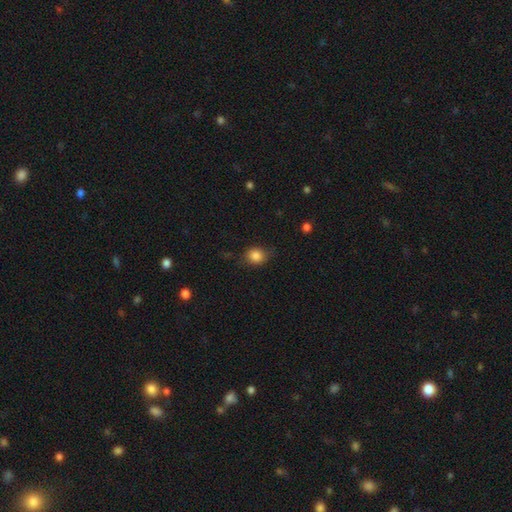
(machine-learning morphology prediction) Smooth or featured? Predicted: smooth (p=0.84). How rounded? Predicted: round (p=0.64). Merging? Predicted: none (p=0.72).